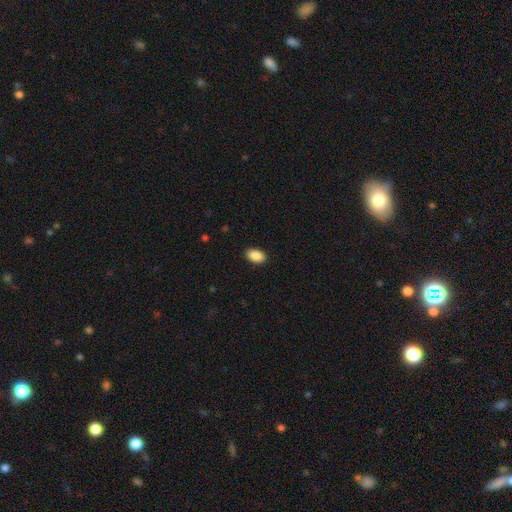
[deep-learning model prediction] A smooth galaxy with no disk features (89%) that is in between round and cigar-shaped (93%). Merging: none (90%).